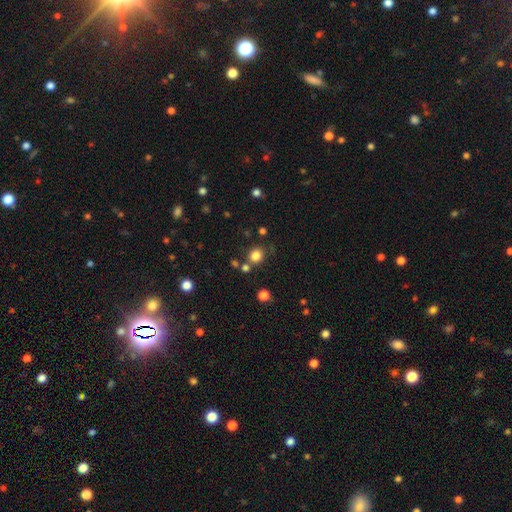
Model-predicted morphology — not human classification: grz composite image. It shows a smooth galaxy with no disk features (82%) that is round (83%). Merging: none (77%).